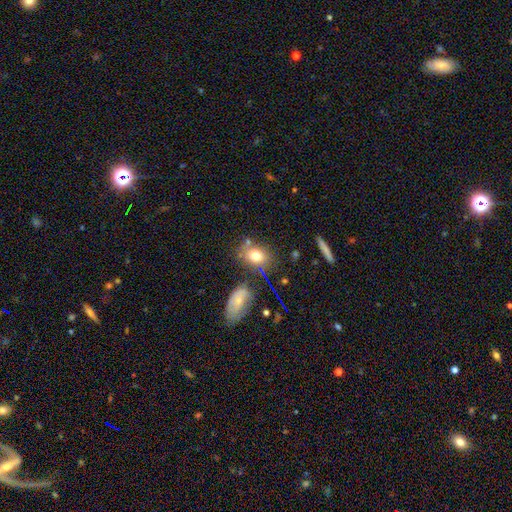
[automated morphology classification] Smooth or featured?
  - smooth: 72% *
  - featured or disk: 15%
  - star or artifact: 13%
How rounded?
  - in between: 68% *
  - round: 30%
  - cigar-shaped: 2%
Merging?
  - none: 67% *
  - minor disturbance: 16%
  - merger: 11%
  - major disturbance: 5%